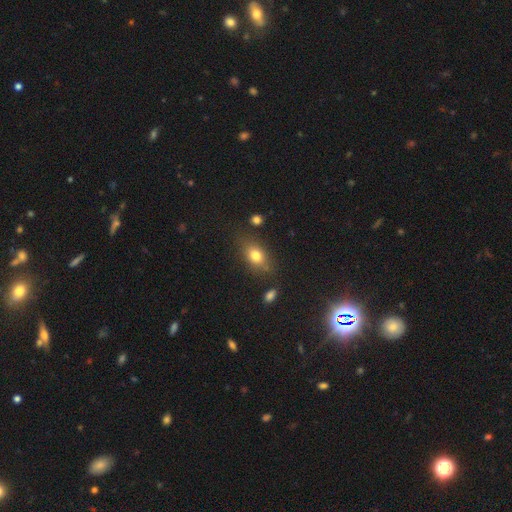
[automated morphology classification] Overall: smooth (77%). How rounded: in between (73%). Merging: none (73%).